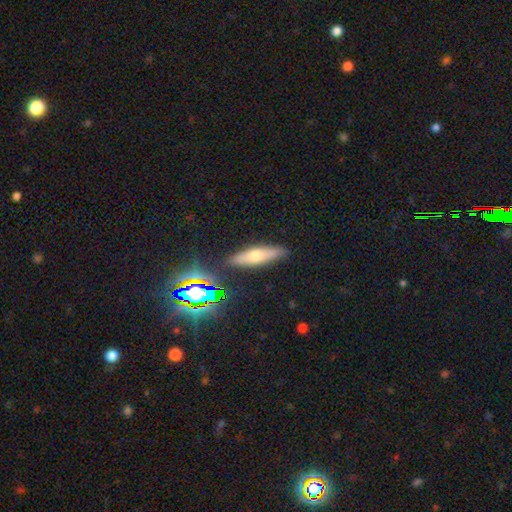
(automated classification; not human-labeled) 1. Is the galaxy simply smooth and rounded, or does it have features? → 52% smooth, 33% featured or disk, 15% star or artifact.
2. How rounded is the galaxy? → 64% cigar-shaped, 32% in between, 4% round.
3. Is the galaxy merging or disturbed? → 87% none, 9% minor disturbance, 2% merger, 2% major disturbance.